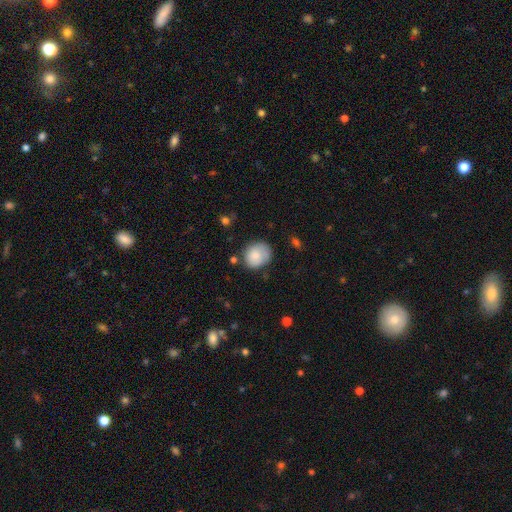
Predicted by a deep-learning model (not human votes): Q: Smooth or featured?
A: smooth (82%); runner-up: featured or disk (11%)
Q: How rounded?
A: round (71%); runner-up: in between (28%)
Q: Merging?
A: none (67%); runner-up: minor disturbance (23%)